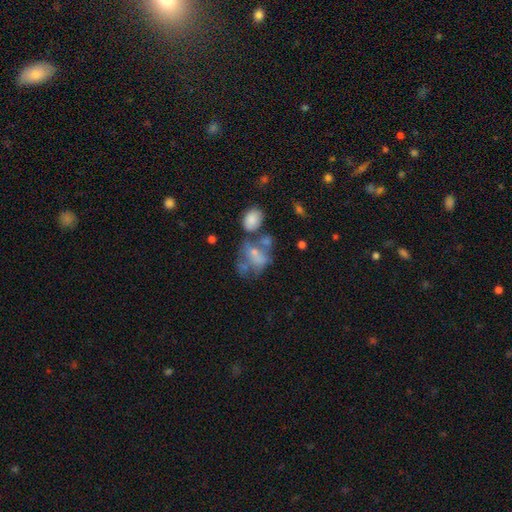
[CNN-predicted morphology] This is possibly a smooth galaxy (55%). How rounded: possibly in between (58%). Merging: marginally merger (33%).